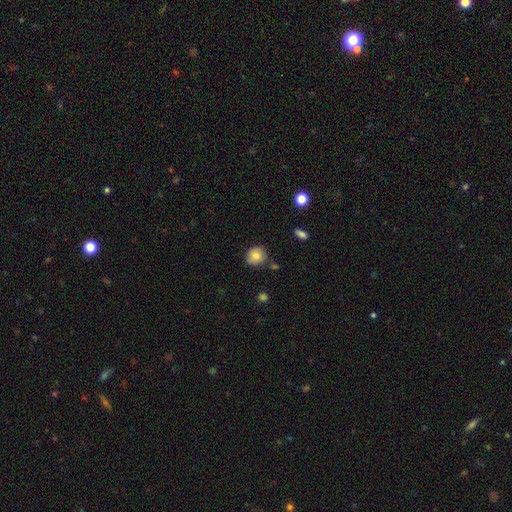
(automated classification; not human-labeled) Morphology: type=smooth (83%); roundness=round (81%); merging=none (78%).